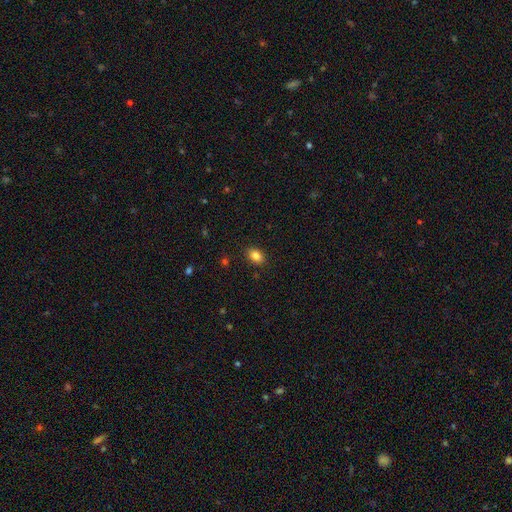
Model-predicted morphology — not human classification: Smooth or featured? Predicted: smooth (p=0.84). How rounded? Predicted: in between (p=0.75). Merging? Predicted: none (p=0.88).